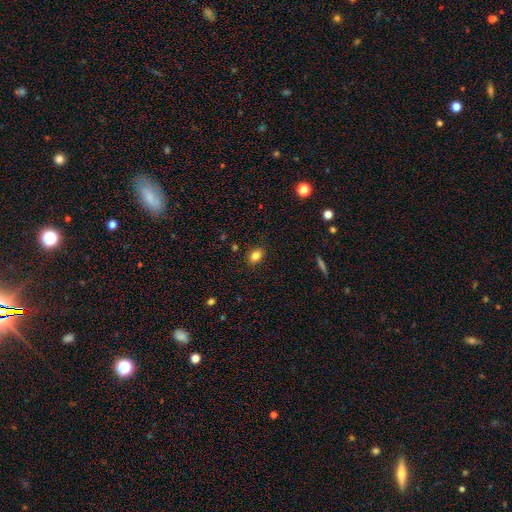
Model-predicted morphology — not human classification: A smooth galaxy with no disk features (83%) that is in between round and cigar-shaped (63%). Merging: none (87%).